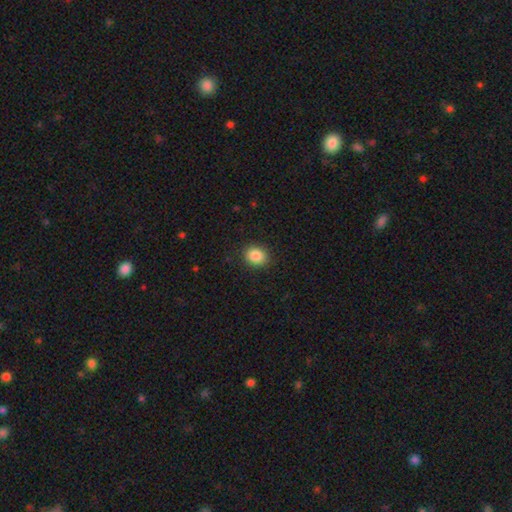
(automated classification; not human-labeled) This appears to be a smooth galaxy with no disk features (87%) that is round (60%). Merging: none (90%).